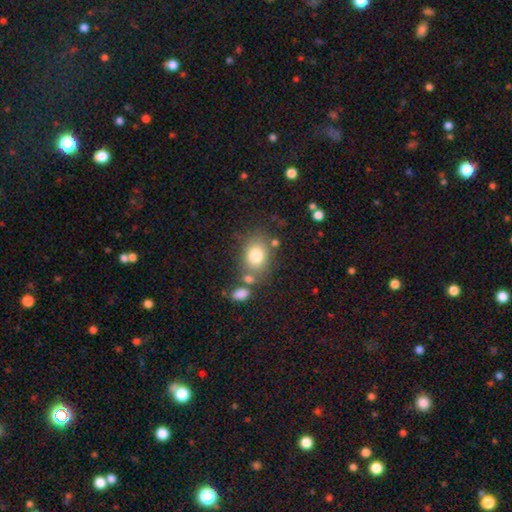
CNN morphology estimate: smooth 79%, featured or disk 12%, star or artifact 10%. Down the decision tree: how rounded — in between (60%); merging — none (66%).